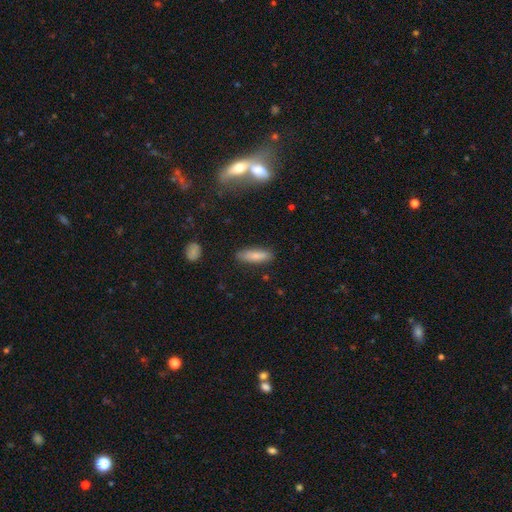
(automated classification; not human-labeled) Smooth or featured? smooth (82%)
How rounded? in between (50%)
Merging? none (84%)